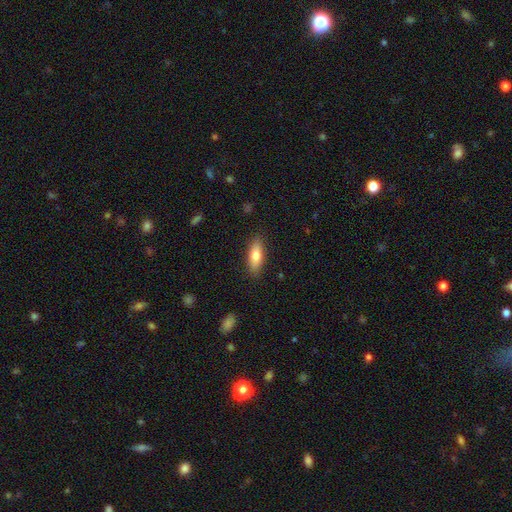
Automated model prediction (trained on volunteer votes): A smooth galaxy with no disk features (76%) that is in between round and cigar-shaped (67%).

Vote fractions:
- Smooth or featured? smooth: 76% / featured or disk: 18% / star or artifact: 6%
- How rounded? in between: 67% / cigar-shaped: 30% / round: 3%
- Merging? none: 87% / minor disturbance: 10% / major disturbance: 2% / merger: 1%